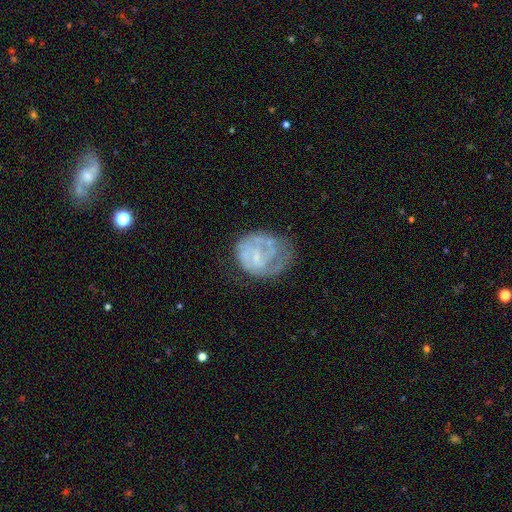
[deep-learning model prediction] The model was most divided on "bulge size": small: 44%, none: 41%, moderate: 12%, large: 1%, dominant: 1%. Remaining: edge-on disk — no (98%); smooth or featured — featured or disk (66%); bar — no (60%); spiral arms — yes (55%); merging — none (43%).